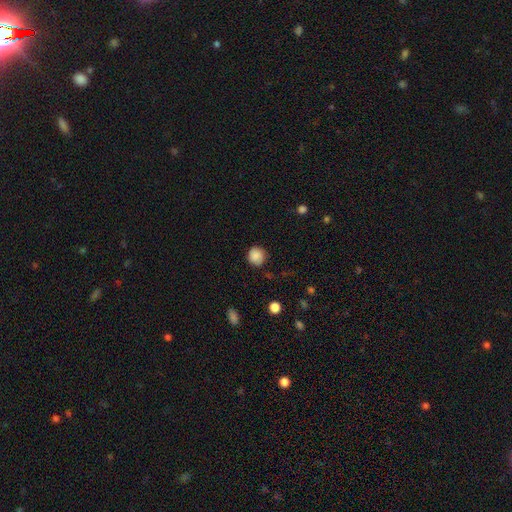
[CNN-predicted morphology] Smooth or featured? smooth (86%)
How rounded? round (90%)
Merging? none (83%)